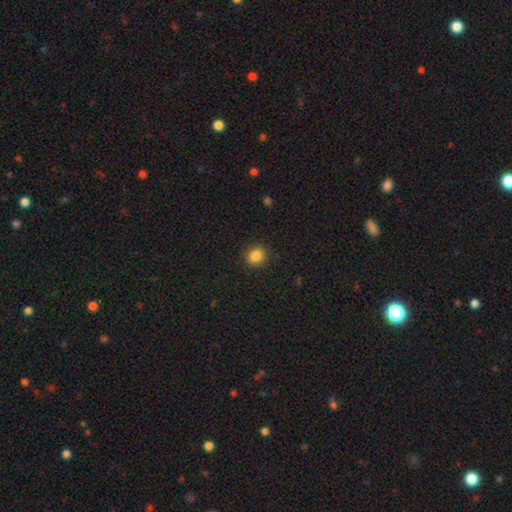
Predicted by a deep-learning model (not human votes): Smooth or featured? Predicted: smooth (p=0.86). How rounded? Predicted: round (p=0.79). Merging? Predicted: none (p=0.91).